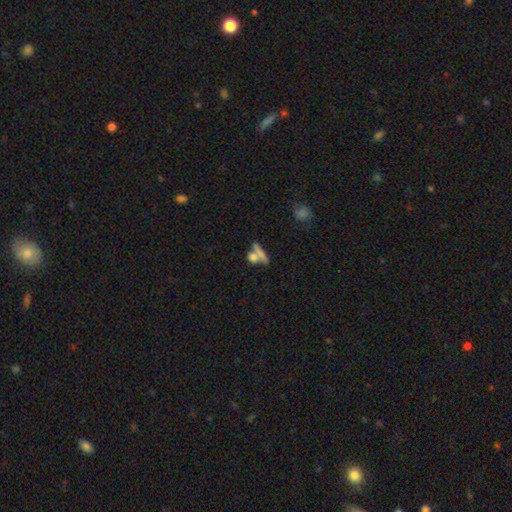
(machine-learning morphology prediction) A smooth galaxy with no disk features (68%) that is in between round and cigar-shaped (36%).

Vote fractions:
- Smooth or featured? smooth: 68% / featured or disk: 21% / star or artifact: 11%
- How rounded? in between: 36% / round: 32% / cigar-shaped: 32%
- Merging? merger: 44% / none: 40% / minor disturbance: 10% / major disturbance: 7%